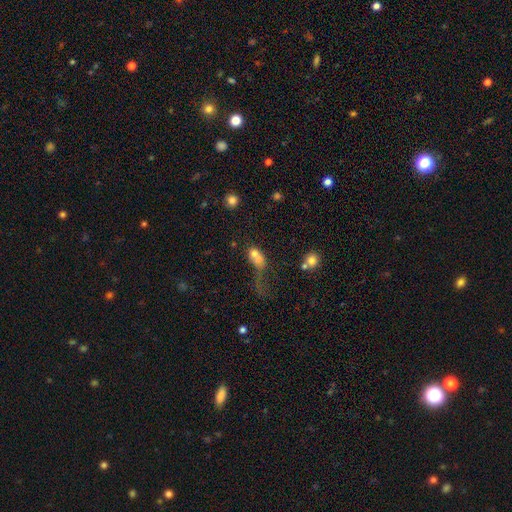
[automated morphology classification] Smooth or featured: smooth — 65% (featured or disk — 21%)
How rounded: in between — 62% (round — 32%)
Merging: merger — 39% (major disturbance — 36%)